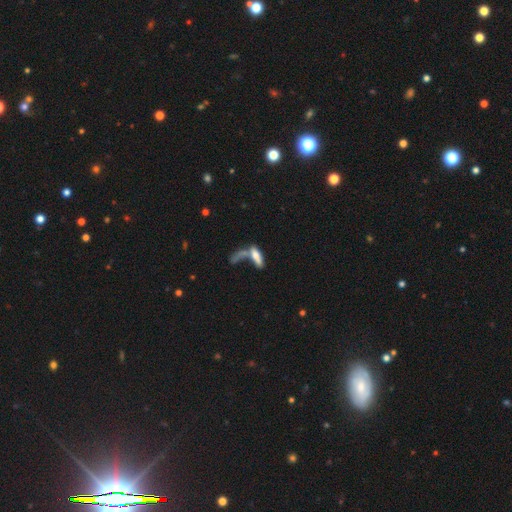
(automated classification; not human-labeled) Morphology: type=smooth (61%); roundness=in between (52%); merging=merger (45%).